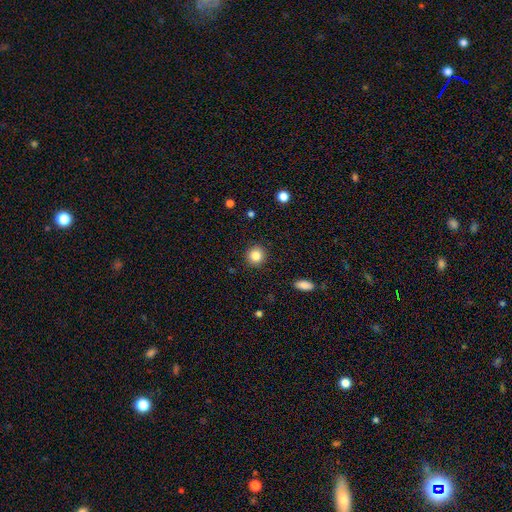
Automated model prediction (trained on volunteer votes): The model was most divided on "smooth or featured": smooth: 84%, star or artifact: 10%, featured or disk: 6%. More confident: merging — none (92%); how rounded — round (92%).